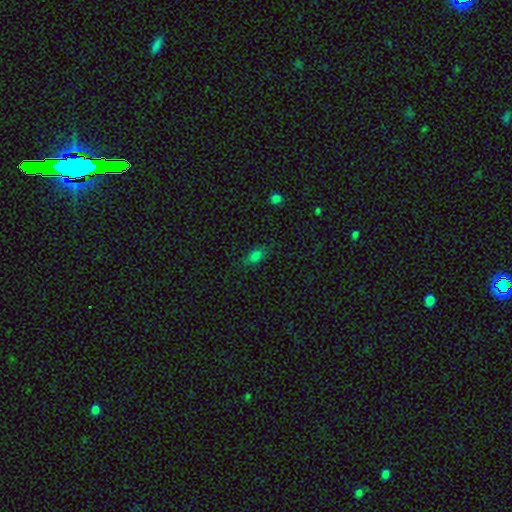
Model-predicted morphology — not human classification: smooth-or-featured: smooth: 76% | star or artifact: 18% | featured or disk: 7%
  how-rounded: in between: 83% | round: 11% | cigar-shaped: 6%
  merging: none: 77% | minor disturbance: 17% | major disturbance: 4% | merger: 2%